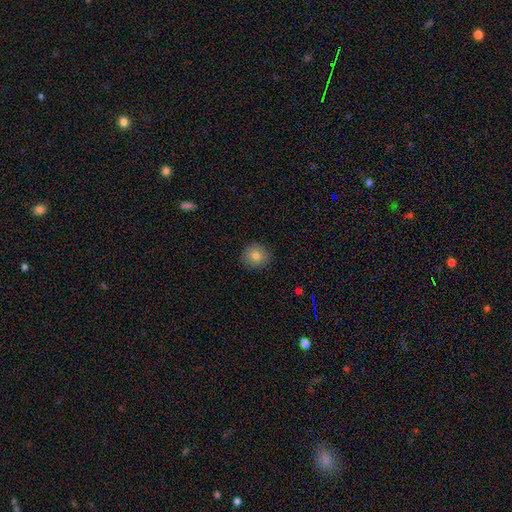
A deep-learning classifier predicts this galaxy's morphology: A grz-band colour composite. It shows a smooth galaxy with no disk features (78%) that is round (89%). Merging: none (89%).